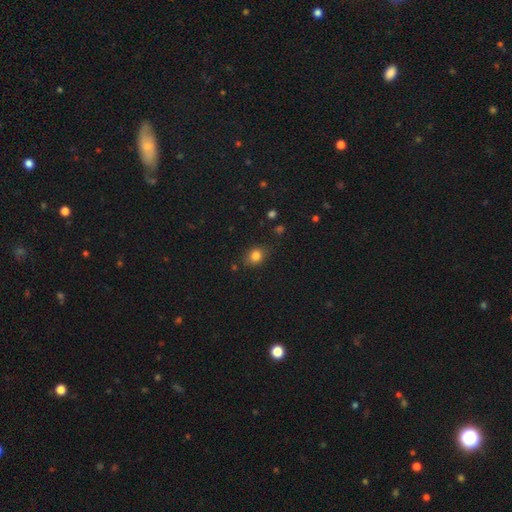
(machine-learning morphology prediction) A smooth galaxy with no disk features (82%) that is in between round and cigar-shaped (52%).

Vote fractions:
- Smooth or featured? smooth: 82% / star or artifact: 11% / featured or disk: 7%
- How rounded? in between: 52% / round: 47% / cigar-shaped: 1%
- Merging? none: 77% / minor disturbance: 17% / major disturbance: 4% / merger: 2%